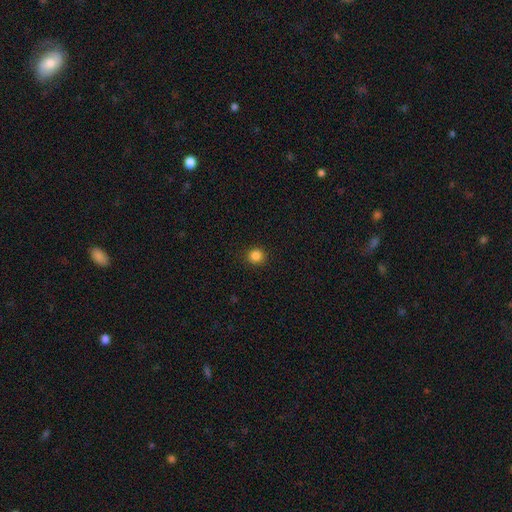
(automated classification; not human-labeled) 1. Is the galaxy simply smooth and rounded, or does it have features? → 85% smooth, 12% star or artifact, 3% featured or disk.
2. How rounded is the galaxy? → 92% round, 7% in between, 1% cigar-shaped.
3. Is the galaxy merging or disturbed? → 92% none, 6% minor disturbance, 2% major disturbance, 1% merger.